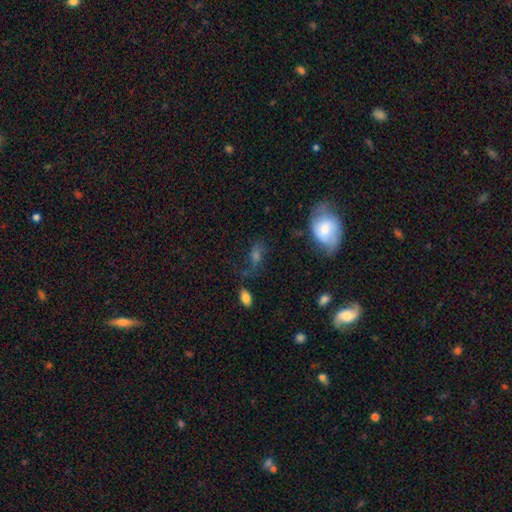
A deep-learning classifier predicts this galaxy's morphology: This appears to be a smooth galaxy with no disk features (46%). Merging: none (49%).